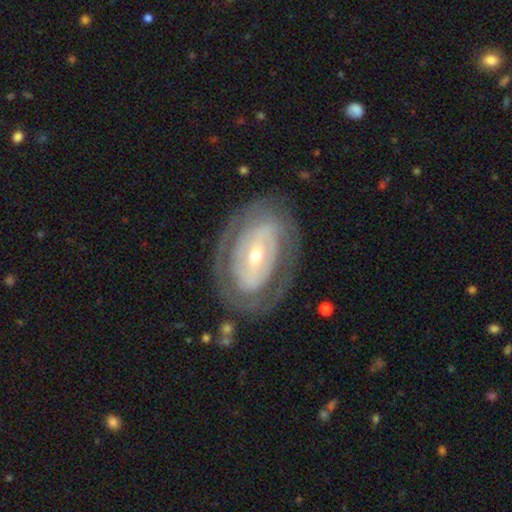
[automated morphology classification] Overall: featured or disk (78%). Edge-on disk: no (94%). Bar: no (36%; weak 32%). Spiral arms: yes (61%; no 39%). Bulge size: small (61%; moderate 35%). Merging: none (74%).